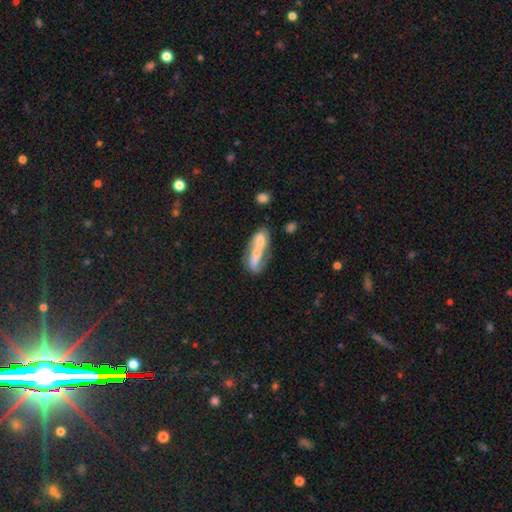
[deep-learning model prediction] Q: Smooth or featured?
A: smooth (50%); runner-up: featured or disk (43%)
Q: Merging?
A: merger (62%); runner-up: none (19%)